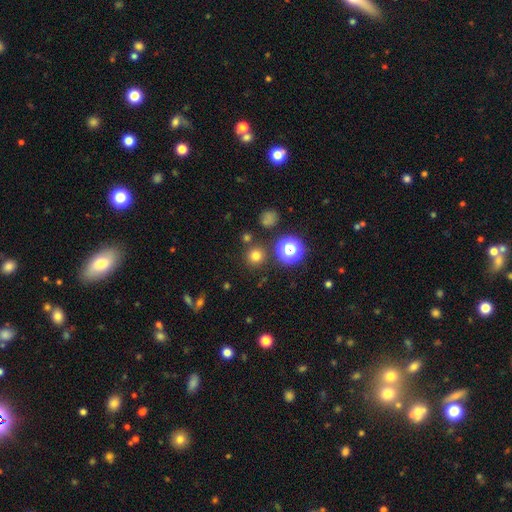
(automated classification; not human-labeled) smooth 73%, star or artifact 21%, featured or disk 6%. Down the decision tree: how rounded — round (95%); merging — none (86%).